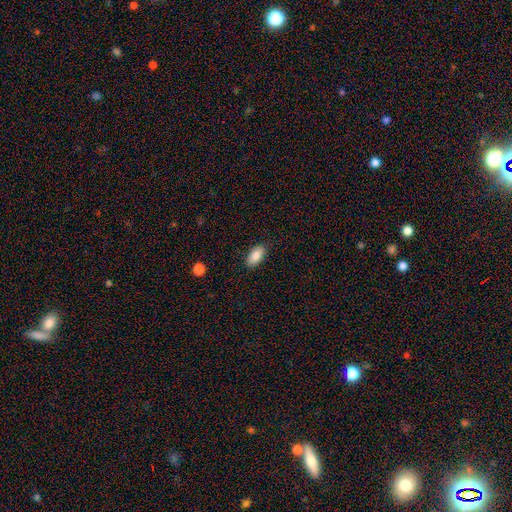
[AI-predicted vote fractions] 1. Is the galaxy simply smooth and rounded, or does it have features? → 87% smooth, 7% star or artifact, 6% featured or disk.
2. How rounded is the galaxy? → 92% in between, 5% cigar-shaped, 3% round.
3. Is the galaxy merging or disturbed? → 86% none, 10% minor disturbance, 2% major disturbance, 1% merger.